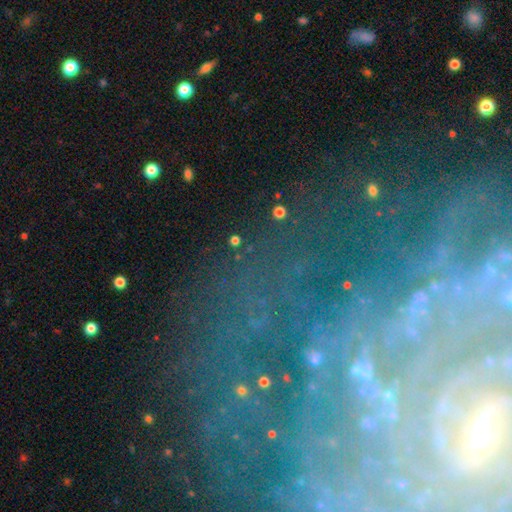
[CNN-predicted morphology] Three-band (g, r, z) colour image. It shows a featured or disk galaxy (69%) with no bar (47%), tight (67%) spiral arms (79%) and a small central bulge (62%). Merging: none (64%).